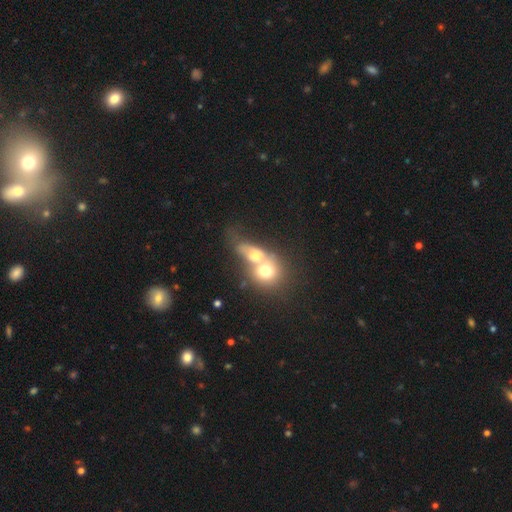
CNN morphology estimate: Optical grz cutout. It shows a smooth galaxy with no disk features (64%) that is round (57%). Merging: merger (75%).